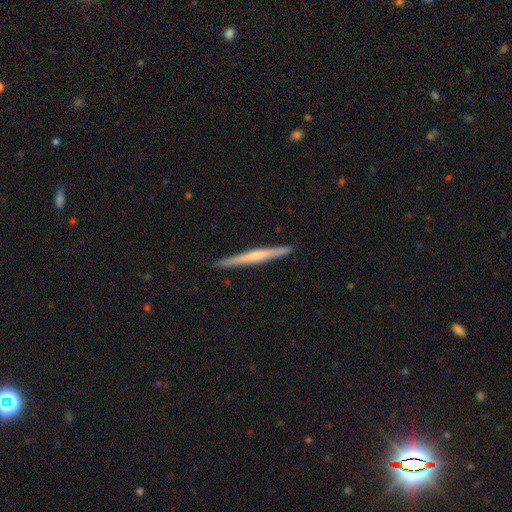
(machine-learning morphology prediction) smooth-or-featured: featured or disk: 53% | smooth: 42% | star or artifact: 6%
  disk-edge-on: yes: 98% | no: 2%
    edge-on-bulge: none: 57% | rounded: 35% | boxy: 8%
  merging: none: 91% | minor disturbance: 7% | major disturbance: 1% | merger: 1%